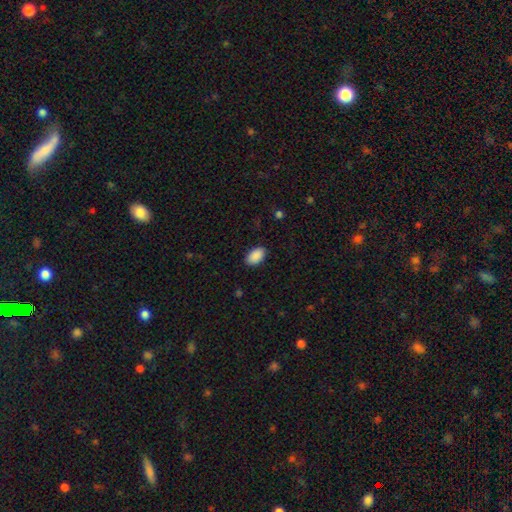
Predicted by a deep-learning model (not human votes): A smooth galaxy with no disk features (91%) that is in between round and cigar-shaped (93%).

Vote fractions:
- Smooth or featured? smooth: 91% / star or artifact: 7% / featured or disk: 3%
- How rounded? in between: 93% / round: 6% / cigar-shaped: 1%
- Merging? none: 89% / minor disturbance: 8% / major disturbance: 2% / merger: 1%